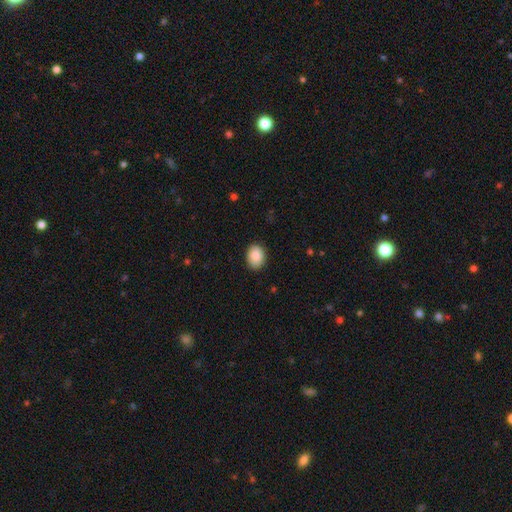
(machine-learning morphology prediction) Smooth or featured? Predicted: smooth (p=0.89). How rounded? Predicted: in between (p=0.69). Merging? Predicted: none (p=0.87).